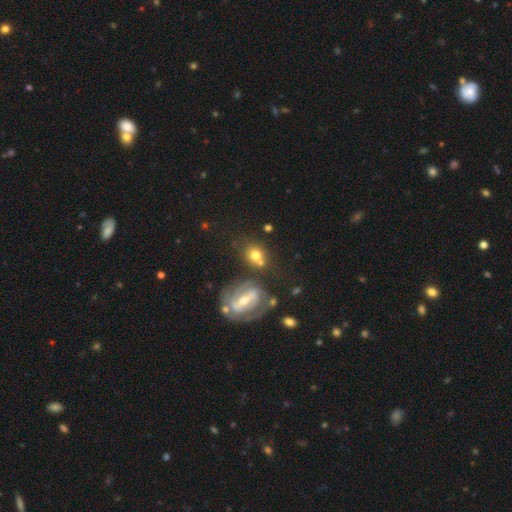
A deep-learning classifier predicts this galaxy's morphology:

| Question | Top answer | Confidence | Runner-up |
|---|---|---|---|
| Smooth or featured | smooth | 63% | featured or disk (27%) |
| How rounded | round | 67% | in between (32%) |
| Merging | none | 55% | merger (24%) |